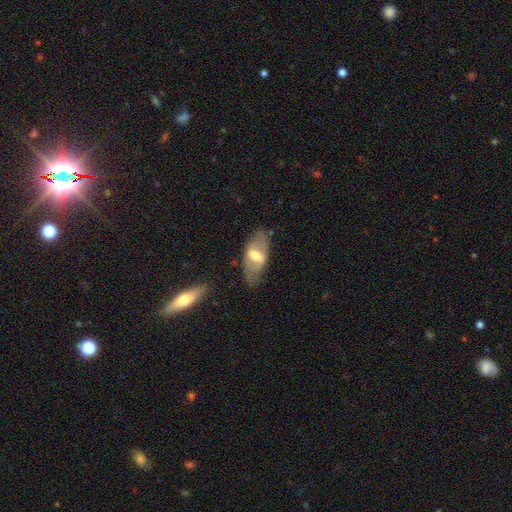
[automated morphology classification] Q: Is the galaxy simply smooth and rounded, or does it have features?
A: featured or disk — 57%.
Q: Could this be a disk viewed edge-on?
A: no — 79%.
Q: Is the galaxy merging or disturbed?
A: none — 72%.